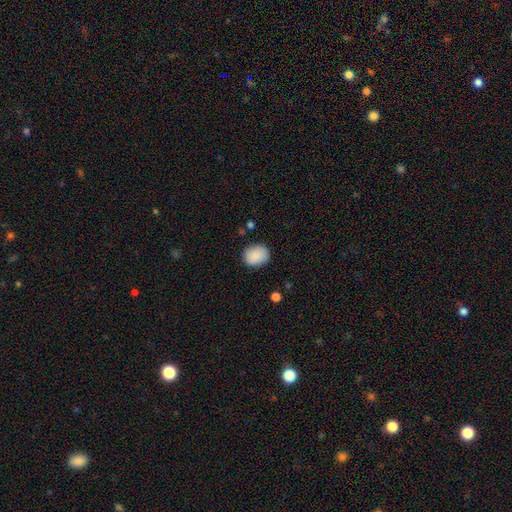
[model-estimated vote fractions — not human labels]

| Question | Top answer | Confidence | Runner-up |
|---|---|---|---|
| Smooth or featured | smooth | 88% | star or artifact (7%) |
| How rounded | round | 59% | in between (40%) |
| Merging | none | 85% | minor disturbance (11%) |